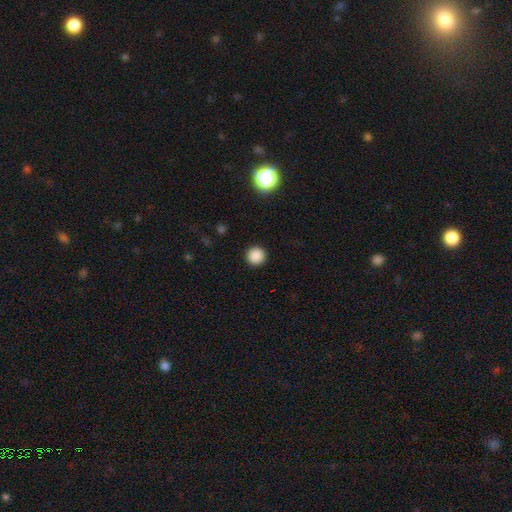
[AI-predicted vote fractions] Smooth or featured? Predicted: smooth (p=0.87). How rounded? Predicted: round (p=0.96). Merging? Predicted: none (p=0.93).